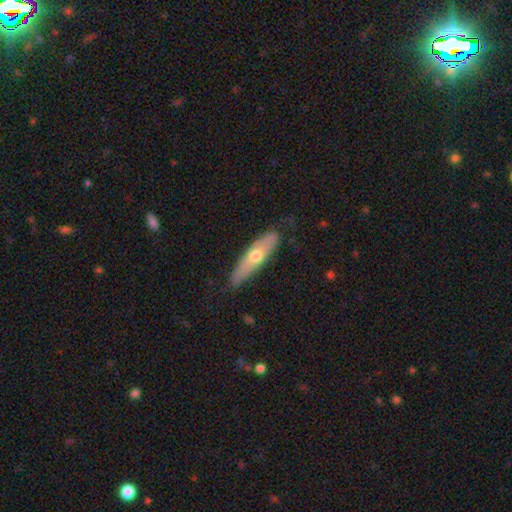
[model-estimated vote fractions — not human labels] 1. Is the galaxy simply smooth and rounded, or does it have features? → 49% smooth, 45% featured or disk, 6% star or artifact.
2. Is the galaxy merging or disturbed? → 76% none, 19% minor disturbance, 4% major disturbance, 1% merger.